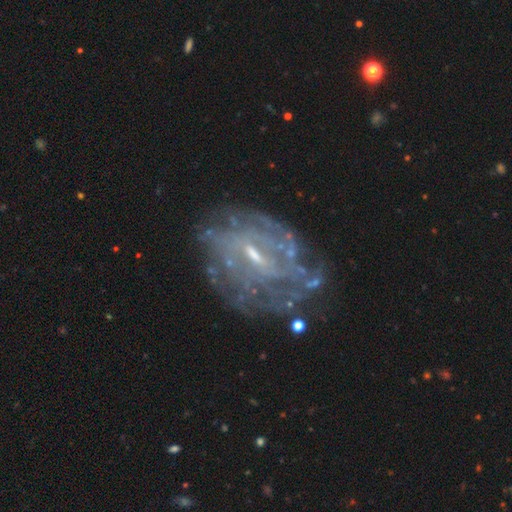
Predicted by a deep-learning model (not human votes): smooth-or-featured: featured or disk: 80% | star or artifact: 10% | smooth: 9%
  disk-edge-on: no: 96% | yes: 4%
    bar: weak: 55% | no: 23% | strong: 22%
    has-spiral-arms: yes: 80% | no: 20%
      spiral-winding: tight: 59% | medium: 29% | loose: 11%
      spiral-arm-count: can't tell: 55% | 2: 12% | 4: 10% | 3: 10% | more than 4: 8% | 1: 5%
    bulge-size: small: 66% | moderate: 25% | none: 7% | large: 1% | dominant: 1%
  merging: none: 65% | minor disturbance: 19% | major disturbance: 13% | merger: 3%